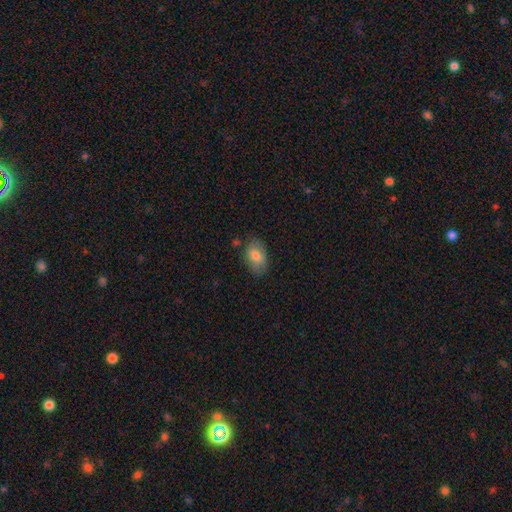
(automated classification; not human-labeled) A smooth galaxy with no disk features (78%) that is in between round and cigar-shaped (90%). Merging: none (73%).